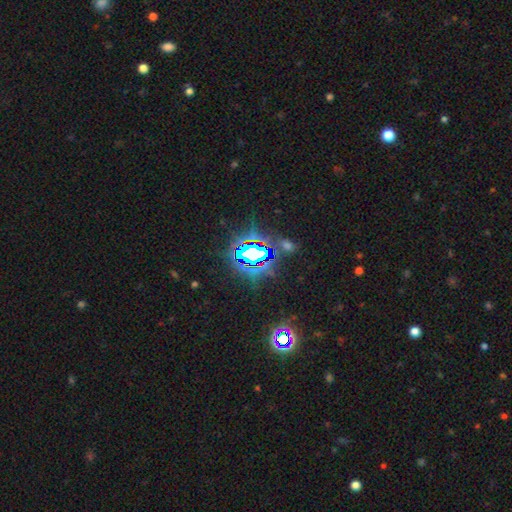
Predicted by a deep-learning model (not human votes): star or artifact 76%, smooth 14%, featured or disk 11%.